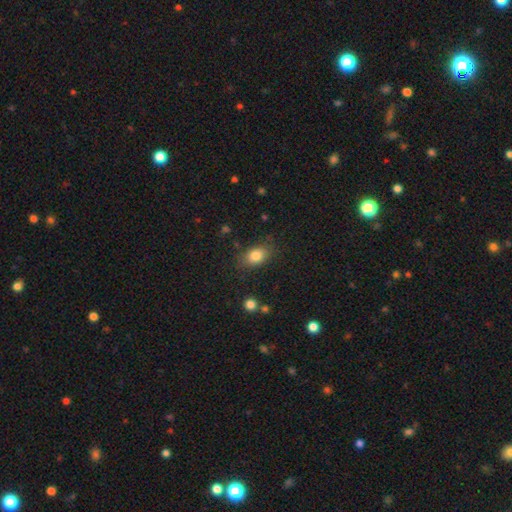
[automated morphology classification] Smooth or featured?
  - smooth: 83% *
  - star or artifact: 9%
  - featured or disk: 8%
How rounded?
  - in between: 79% *
  - round: 19%
  - cigar-shaped: 2%
Merging?
  - none: 78% *
  - minor disturbance: 15%
  - major disturbance: 5%
  - merger: 2%